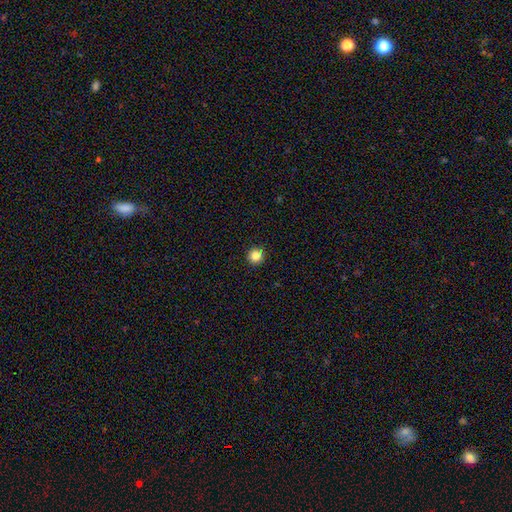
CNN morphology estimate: A smooth galaxy with no disk features (84%) that is round (95%). Merging: none (91%).